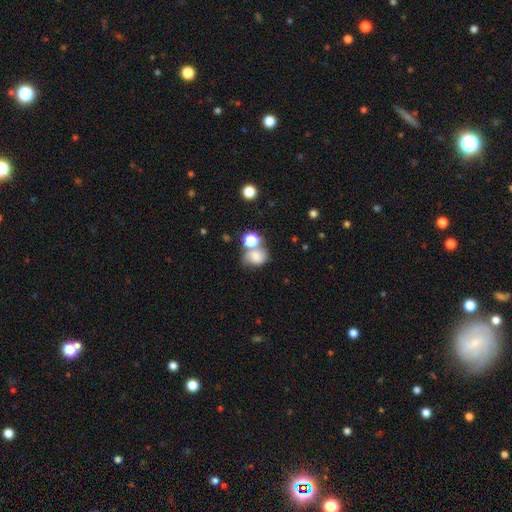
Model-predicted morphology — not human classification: A smooth galaxy with no disk features (60%) that is round (57%). Merging: none (36%).